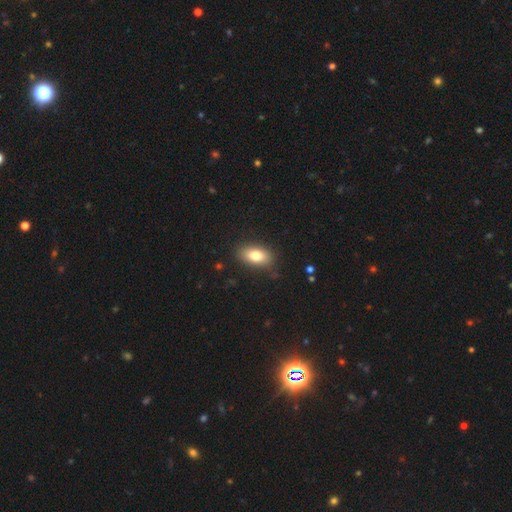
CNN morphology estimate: The model was most divided on "smooth or featured": smooth: 79%, featured or disk: 13%, star or artifact: 8%. More confident: how rounded — in between (89%); merging — none (86%).